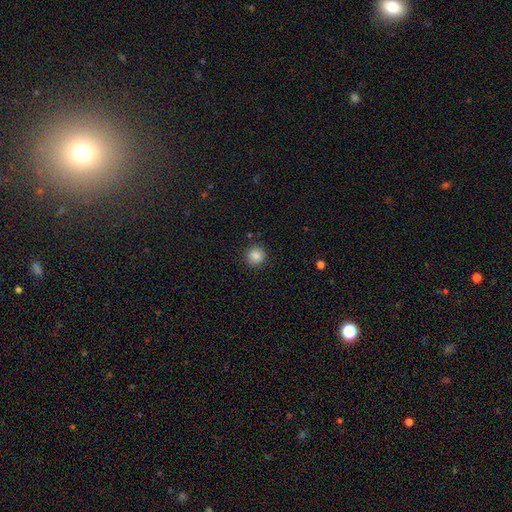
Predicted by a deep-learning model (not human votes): Smooth or featured? smooth (87%)
How rounded? round (94%)
Merging? none (90%)